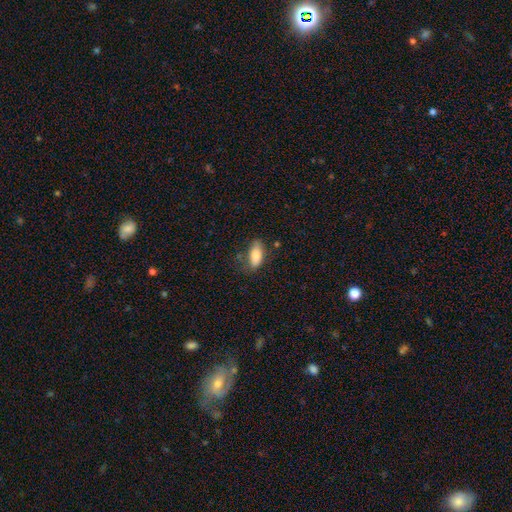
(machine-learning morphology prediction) The model was most divided on "merging": none: 62%, minor disturbance: 26%, major disturbance: 9%, merger: 3%. More confident: how rounded — in between (85%); smooth or featured — smooth (83%).